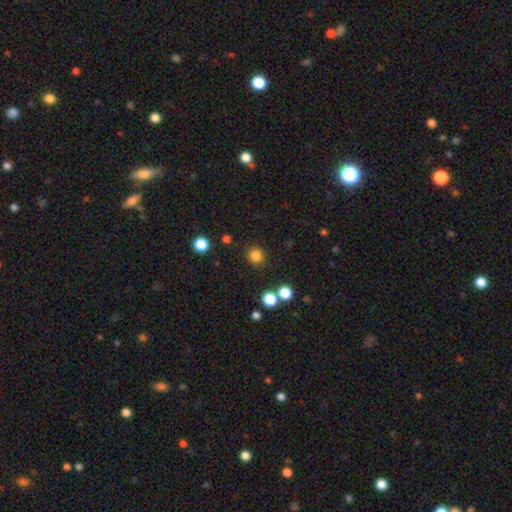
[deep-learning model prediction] The model was most divided on "smooth or featured": smooth: 83%, star or artifact: 14%, featured or disk: 4%. More confident: how rounded — round (92%); merging — none (88%).